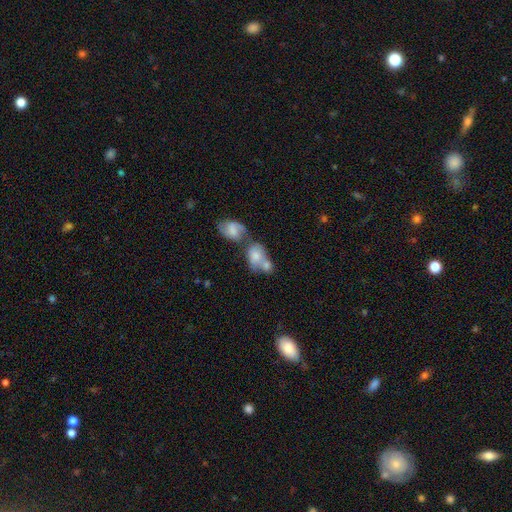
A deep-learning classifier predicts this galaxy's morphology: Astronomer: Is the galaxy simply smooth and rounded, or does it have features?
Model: smooth — 56% (runner-up: featured or disk, 32%).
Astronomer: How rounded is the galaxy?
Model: in between — 65%.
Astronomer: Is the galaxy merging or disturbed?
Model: merger — 57%.